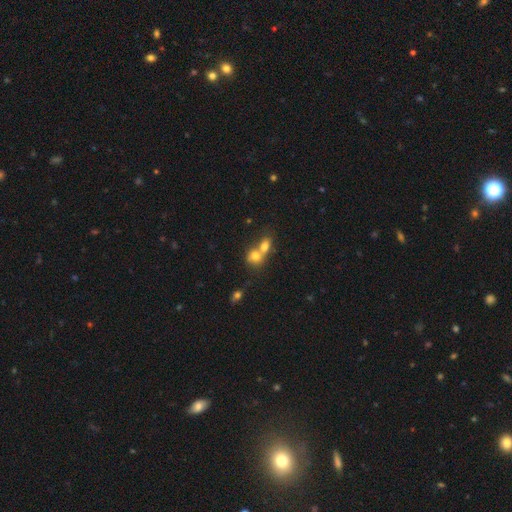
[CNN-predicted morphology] type=smooth (74%); roundness=round (59%); merging=merger (69%).